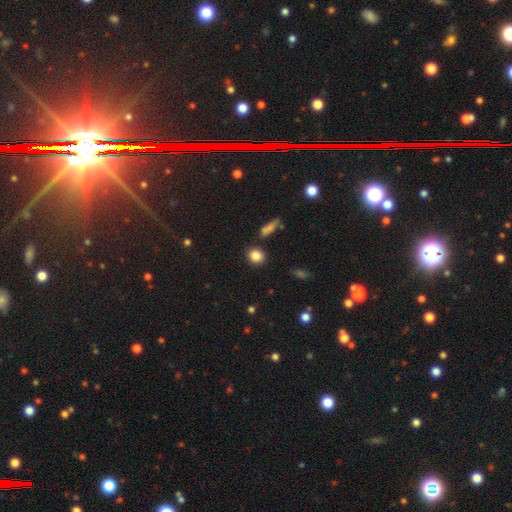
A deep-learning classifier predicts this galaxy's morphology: This appears to be a smooth galaxy with no disk features (85%) that is round (77%). Merging: none (83%).